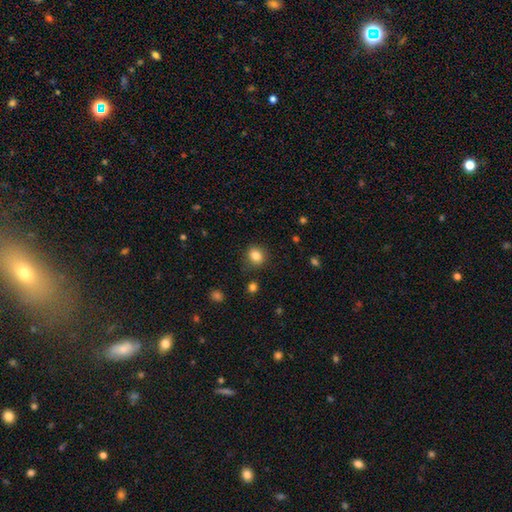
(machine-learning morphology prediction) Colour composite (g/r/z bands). It shows a smooth galaxy with no disk features (84%) that is round (77%). Merging: none (85%).